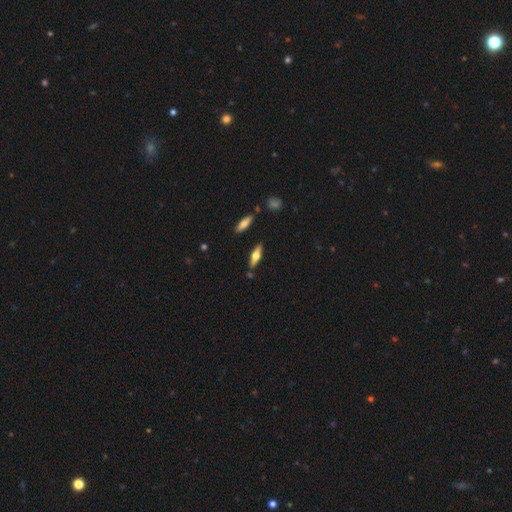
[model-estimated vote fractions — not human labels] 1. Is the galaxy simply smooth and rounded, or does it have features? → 54% featured or disk, 39% smooth, 7% star or artifact.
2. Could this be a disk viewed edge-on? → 93% yes, 7% no.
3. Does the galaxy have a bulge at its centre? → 93% rounded, 5% boxy, 2% none.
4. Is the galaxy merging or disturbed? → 82% none, 11% minor disturbance, 5% merger, 3% major disturbance.